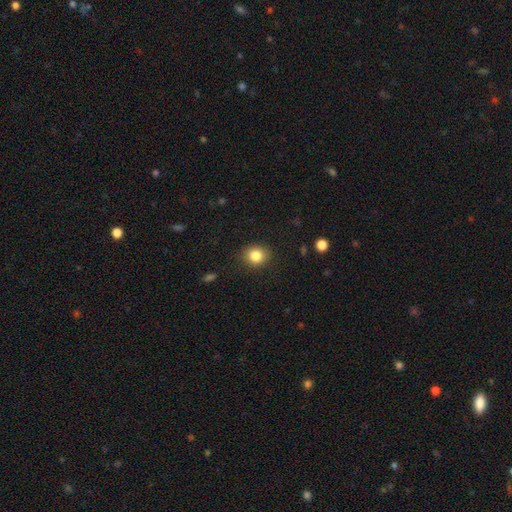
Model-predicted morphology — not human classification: This appears to be a smooth galaxy with no disk features (84%) that is round (75%). Merging: none (88%).